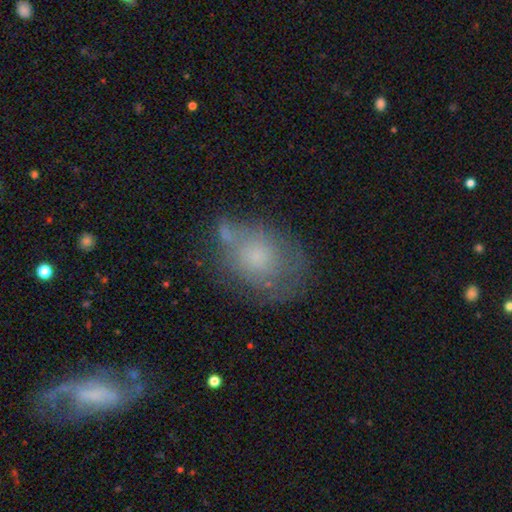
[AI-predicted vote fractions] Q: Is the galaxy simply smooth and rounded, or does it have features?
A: smooth — 57%.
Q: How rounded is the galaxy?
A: in between — 71%.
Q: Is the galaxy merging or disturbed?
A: none — 50%.